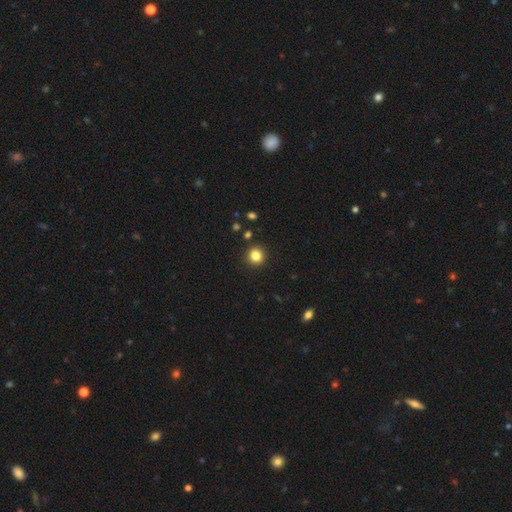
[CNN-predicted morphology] type=smooth (83%); roundness=round (93%); merging=none (92%).